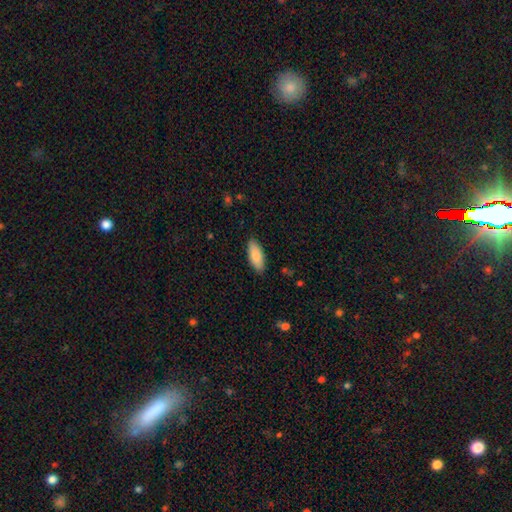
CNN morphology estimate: Smooth or featured?
  - smooth: 86% *
  - featured or disk: 8%
  - star or artifact: 6%
How rounded?
  - in between: 79% *
  - cigar-shaped: 20%
  - round: 2%
Merging?
  - none: 88% *
  - minor disturbance: 9%
  - major disturbance: 2%
  - merger: 1%